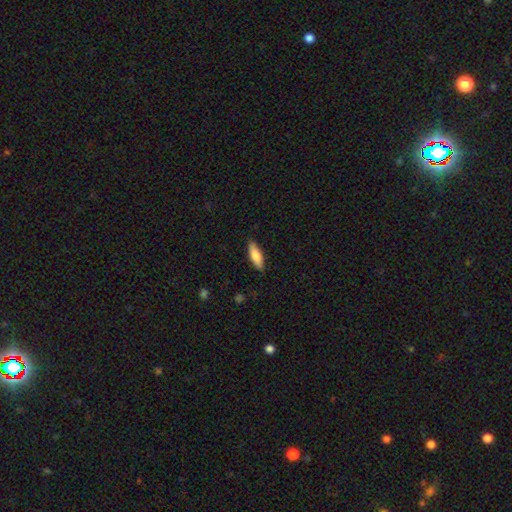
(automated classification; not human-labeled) smooth 81%, featured or disk 13%, star or artifact 6%. Down the decision tree: how rounded — in between (55%); merging — none (86%).